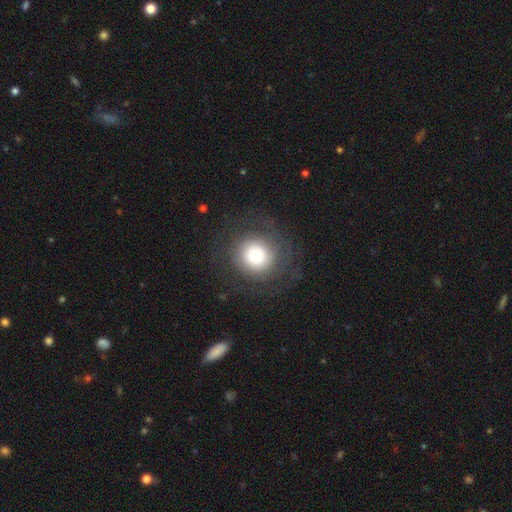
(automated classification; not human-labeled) Morphology: type=smooth (54%); roundness=round (91%); merging=none (76%).